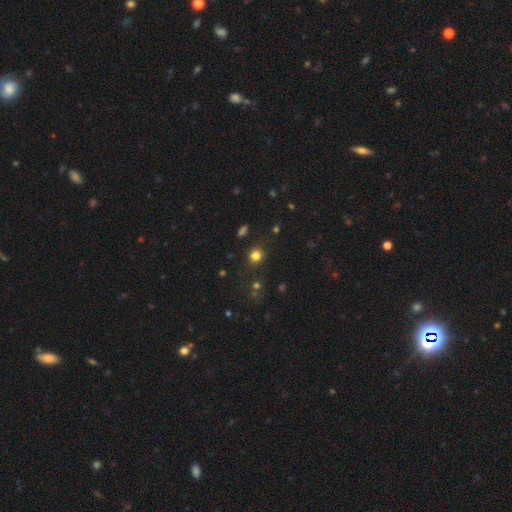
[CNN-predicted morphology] A smooth galaxy with no disk features (79%) that is round (85%). Merging: none (86%).